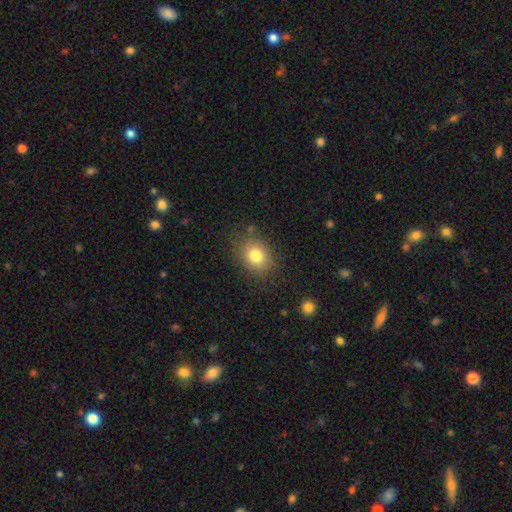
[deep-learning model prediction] This appears to be a smooth galaxy with no disk features (79%) that is round (51%). Merging: none (81%).